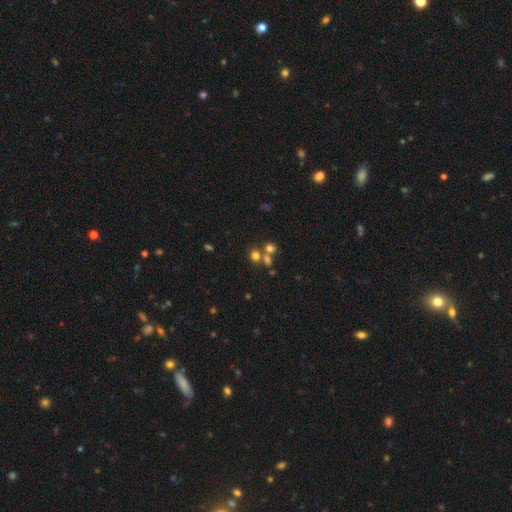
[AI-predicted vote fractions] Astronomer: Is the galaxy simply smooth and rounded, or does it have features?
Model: smooth — 66%.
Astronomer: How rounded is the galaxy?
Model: round — 78%.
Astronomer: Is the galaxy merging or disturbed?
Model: none — 50% (runner-up: merger, 38%).